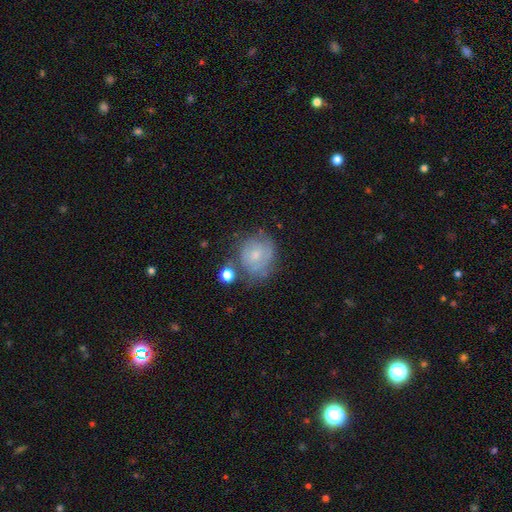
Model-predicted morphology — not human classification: Smooth or featured? smooth (52%)
How rounded? round (78%)
Merging? none (53%)